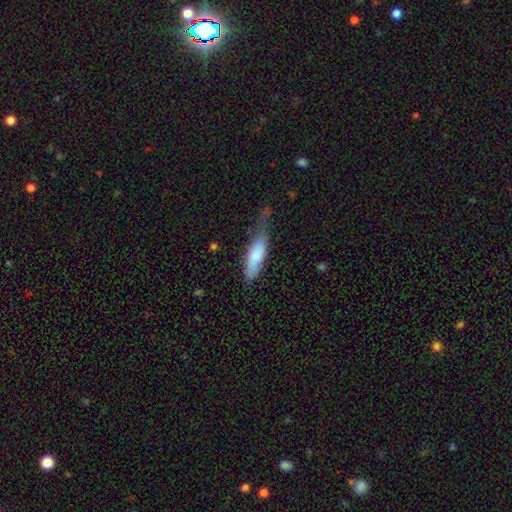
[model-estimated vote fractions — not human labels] Q: Smooth or featured?
A: smooth (79%); runner-up: featured or disk (16%)
Q: How rounded?
A: cigar-shaped (54%); runner-up: in between (44%)
Q: Merging?
A: minor disturbance (41%); runner-up: none (34%)